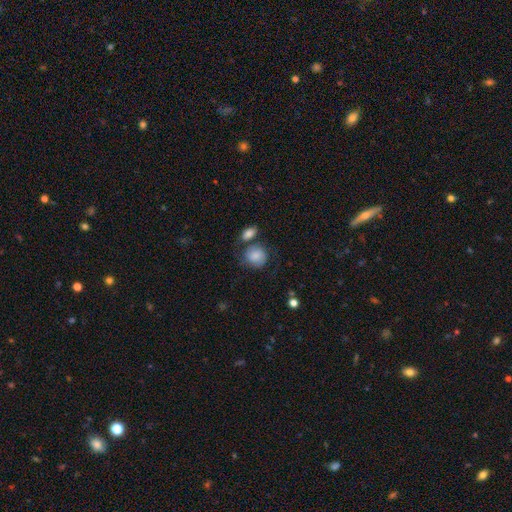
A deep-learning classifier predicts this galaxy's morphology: Overall: smooth (73%). How rounded: round (74%). Merging: none (54%; minor disturbance 20%).